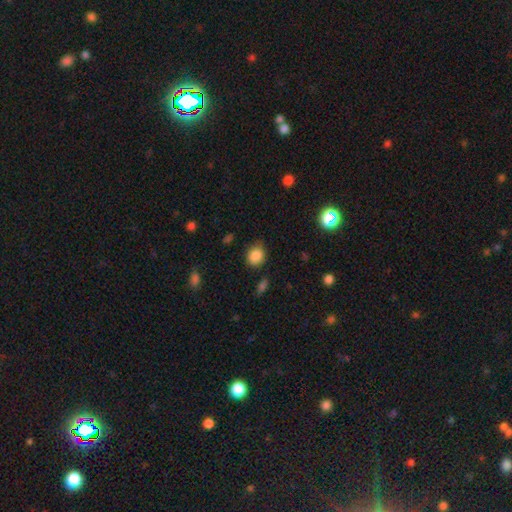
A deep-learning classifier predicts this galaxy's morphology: Smooth or featured: smooth — 87% (star or artifact — 9%)
How rounded: round — 56% (in between — 43%)
Merging: none — 78% (minor disturbance — 17%)